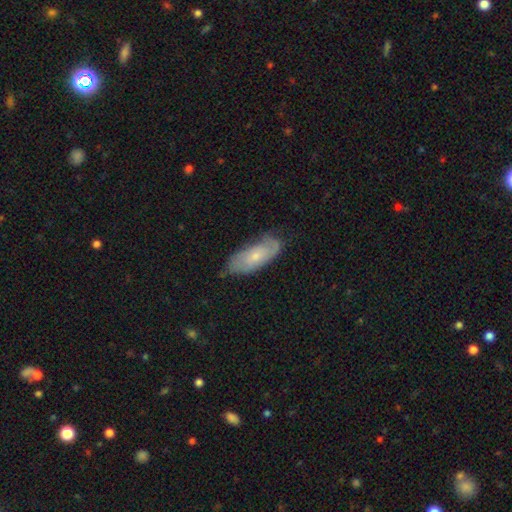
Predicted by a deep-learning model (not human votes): Q: Smooth or featured?
A: featured or disk (47%); runner-up: smooth (46%)
Q: Merging?
A: none (62%); runner-up: minor disturbance (29%)